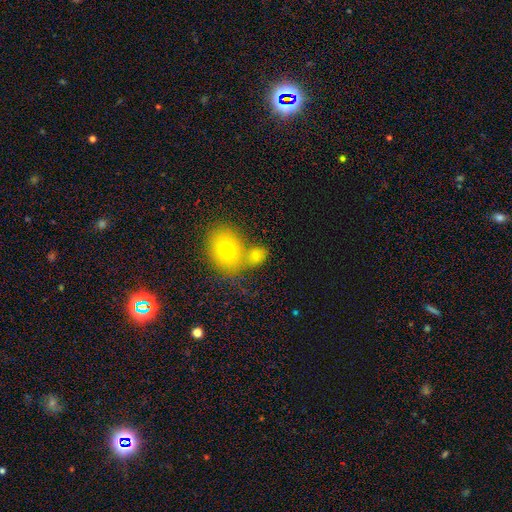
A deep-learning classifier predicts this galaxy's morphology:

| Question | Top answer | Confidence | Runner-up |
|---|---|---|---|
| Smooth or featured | smooth | 71% | star or artifact (15%) |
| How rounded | round | 51% | in between (47%) |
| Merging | merger | 44% | none (42%) |